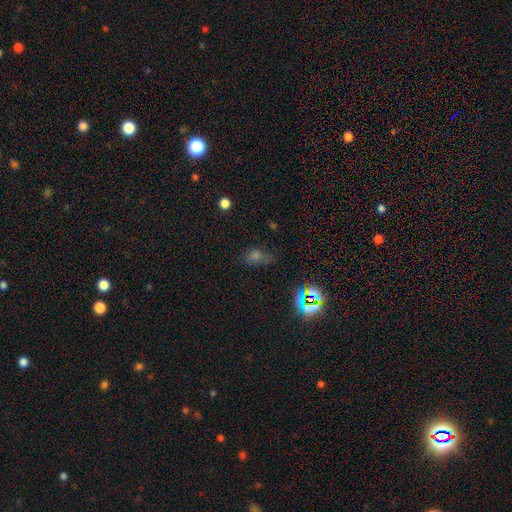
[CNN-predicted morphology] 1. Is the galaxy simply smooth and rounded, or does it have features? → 47% smooth, 41% star or artifact, 12% featured or disk.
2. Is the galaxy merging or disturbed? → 61% none, 24% minor disturbance, 11% major disturbance, 4% merger.